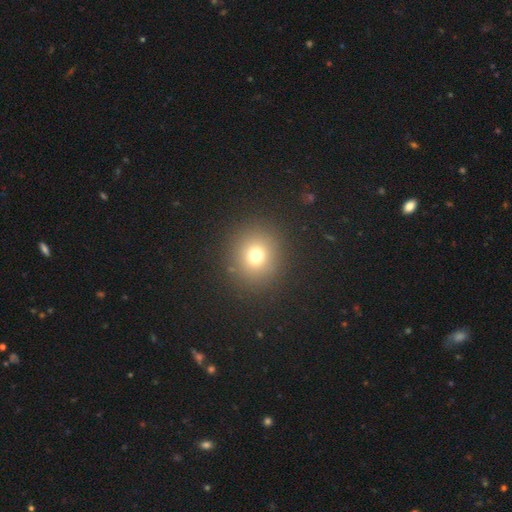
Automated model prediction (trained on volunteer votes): Morphology: type=smooth (72%); roundness=round (87%); merging=none (89%).